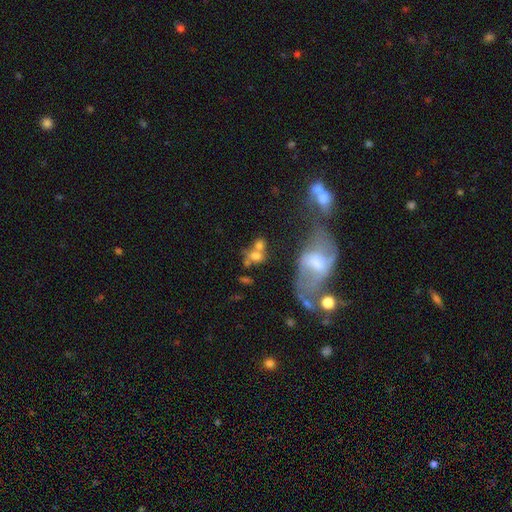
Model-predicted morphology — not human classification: A smooth galaxy with no disk features (62%) that is round (50%).

Vote fractions:
- Smooth or featured? smooth: 62% / featured or disk: 23% / star or artifact: 15%
- How rounded? round: 50% / in between: 47% / cigar-shaped: 3%
- Merging? merger: 50% / none: 30% / minor disturbance: 11% / major disturbance: 10%